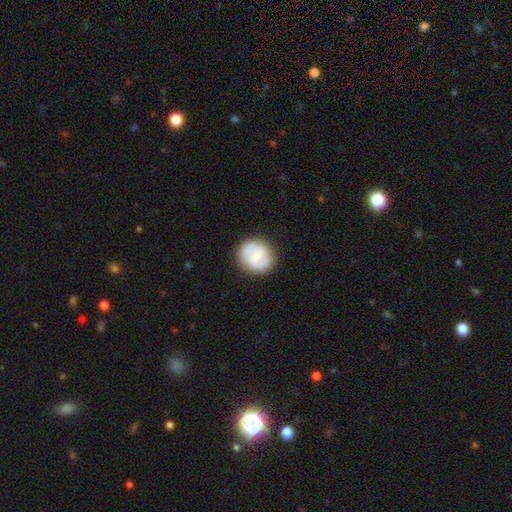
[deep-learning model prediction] Overall: smooth (55%; featured or disk 39%). How rounded: round (84%). Merging: none (82%).